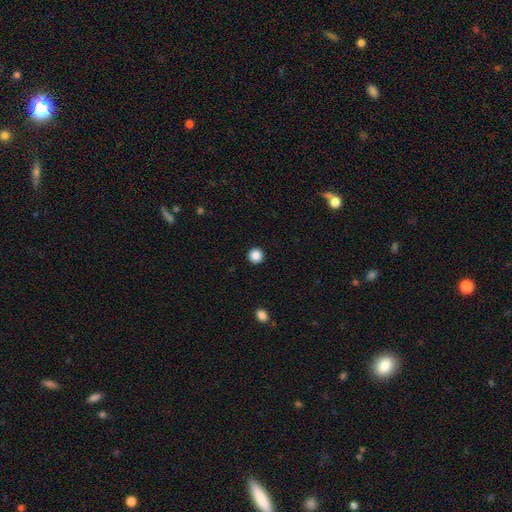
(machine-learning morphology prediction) smooth 88%, star or artifact 10%, featured or disk 3%. Down the decision tree: how rounded — round (96%); merging — none (94%).